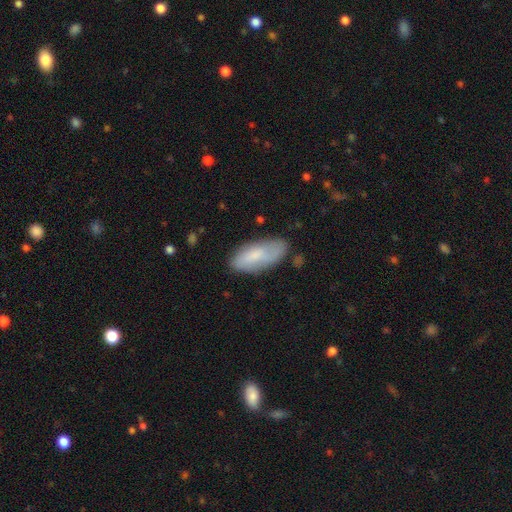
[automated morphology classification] Smooth or featured?
  - smooth: 73% *
  - featured or disk: 20%
  - star or artifact: 7%
How rounded?
  - in between: 86% *
  - cigar-shaped: 12%
  - round: 2%
Merging?
  - none: 70% *
  - minor disturbance: 23%
  - major disturbance: 5%
  - merger: 2%